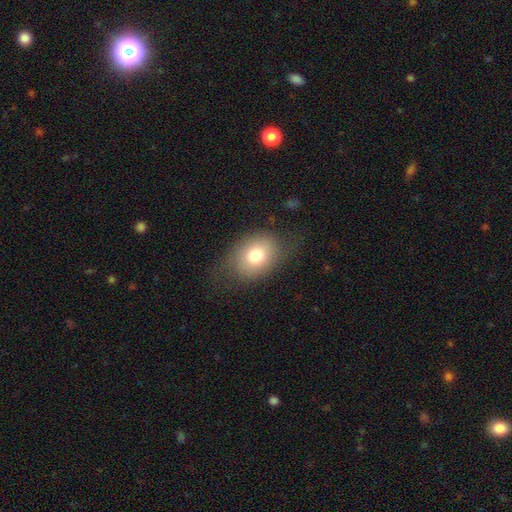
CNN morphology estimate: Overall: smooth (75%). How rounded: in between (62%; round 37%). Merging: none (71%).